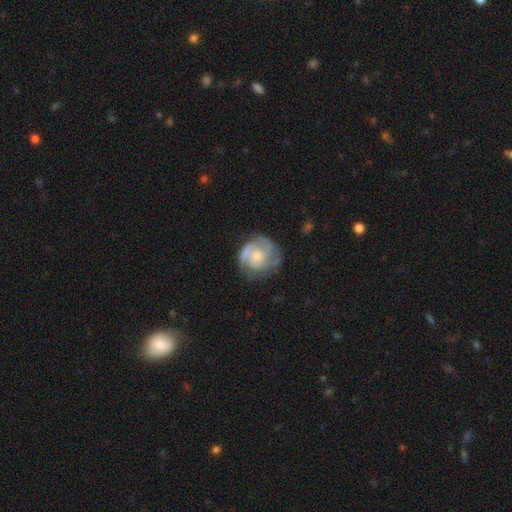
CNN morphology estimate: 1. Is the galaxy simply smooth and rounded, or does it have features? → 78% featured or disk, 16% smooth, 6% star or artifact.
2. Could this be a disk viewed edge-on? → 98% no, 2% yes.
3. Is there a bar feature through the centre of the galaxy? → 74% no, 22% weak, 3% strong.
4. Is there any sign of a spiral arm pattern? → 93% yes, 7% no.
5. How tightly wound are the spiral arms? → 52% tight, 38% medium, 9% loose.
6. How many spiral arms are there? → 43% 3, 21% 2, 18% can't tell, 9% 4, 5% 1, 4% more than 4.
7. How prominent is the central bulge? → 45% moderate, 42% small, 6% none, 5% large, 1% dominant.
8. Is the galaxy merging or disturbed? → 70% none, 19% minor disturbance, 9% major disturbance, 2% merger.